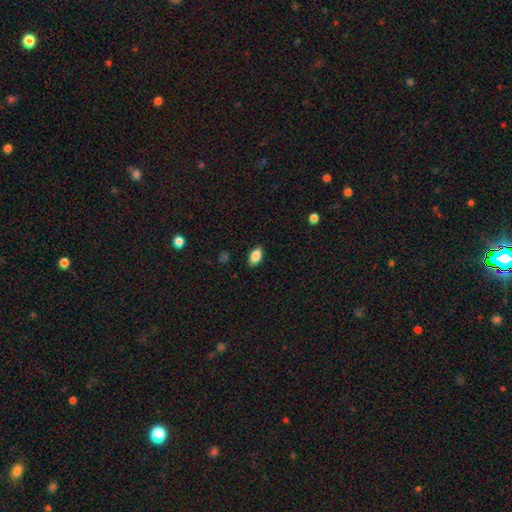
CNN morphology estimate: A smooth galaxy with no disk features (84%) that is in between round and cigar-shaped (90%).

Vote fractions:
- Smooth or featured? smooth: 84% / star or artifact: 8% / featured or disk: 8%
- How rounded? in between: 90% / round: 6% / cigar-shaped: 3%
- Merging? none: 86% / minor disturbance: 11% / major disturbance: 2% / merger: 1%